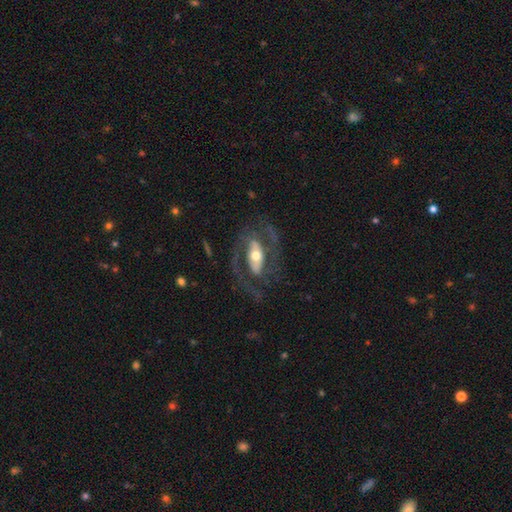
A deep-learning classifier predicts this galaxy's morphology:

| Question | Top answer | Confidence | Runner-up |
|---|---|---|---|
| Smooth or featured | featured or disk | 83% | smooth (12%) |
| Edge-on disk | no | 92% | yes (8%) |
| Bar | strong | 43% | no (29%) |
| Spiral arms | yes | 81% | no (19%) |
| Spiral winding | medium | 52% | tight (26%) |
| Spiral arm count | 2 | 86% | can't tell (7%) |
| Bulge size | moderate | 65% | small (21%) |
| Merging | none | 67% | major disturbance (18%) |